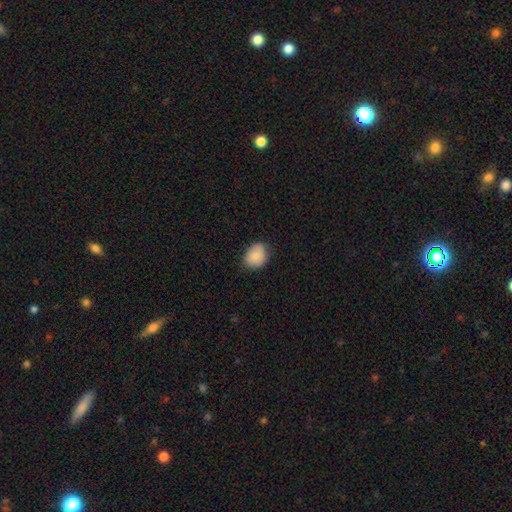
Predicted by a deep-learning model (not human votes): Smooth or featured? smooth (86%)
How rounded? in between (52%)
Merging? none (72%)